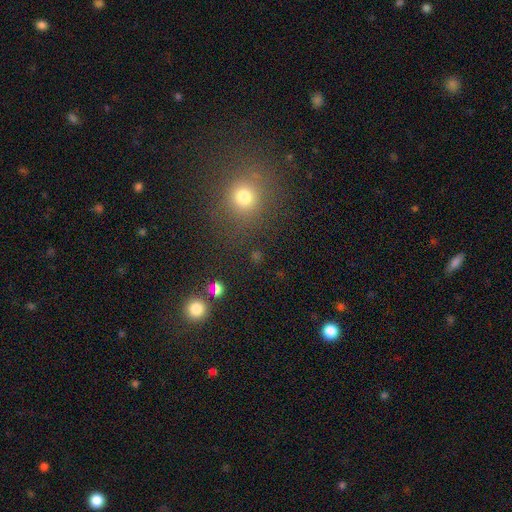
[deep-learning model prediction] This appears to be a smooth galaxy with no disk features (60%) that is round (86%). Merging: none (83%).